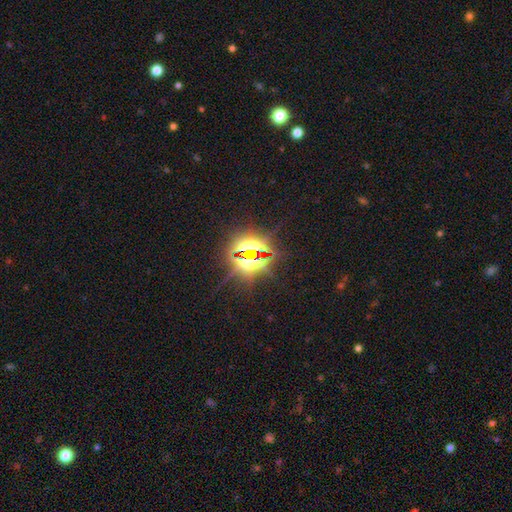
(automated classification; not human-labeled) smooth_or_featured: star or artifact (p=0.82) [alt: smooth p=0.09]